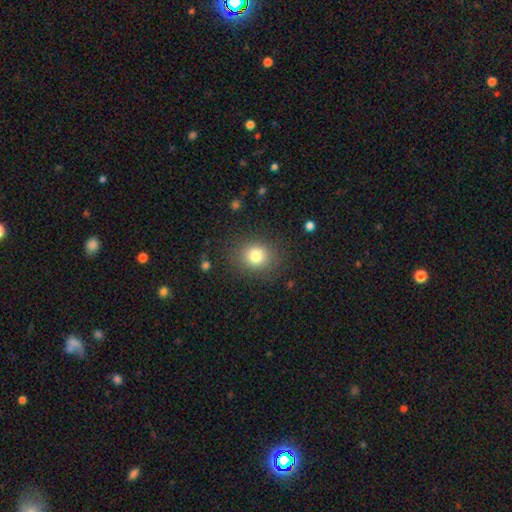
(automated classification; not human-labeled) Smooth or featured?
  - smooth: 80% *
  - star or artifact: 12%
  - featured or disk: 8%
How rounded?
  - round: 69% *
  - in between: 30%
  - cigar-shaped: 1%
Merging?
  - none: 84% *
  - minor disturbance: 10%
  - major disturbance: 5%
  - merger: 1%